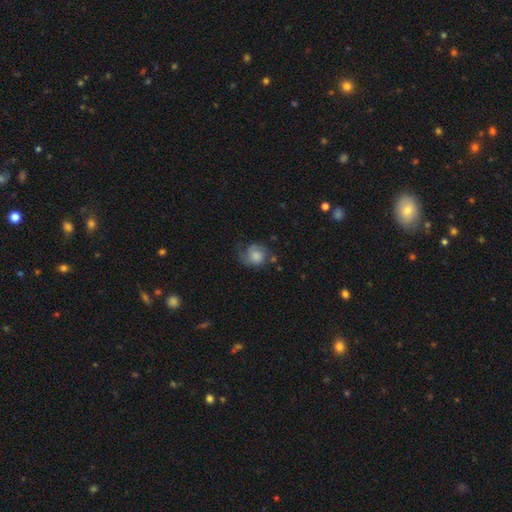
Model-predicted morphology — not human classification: smooth-or-featured: smooth: 48% | featured or disk: 44% | star or artifact: 8%
  merging: none: 50% | minor disturbance: 27% | major disturbance: 20% | merger: 3%